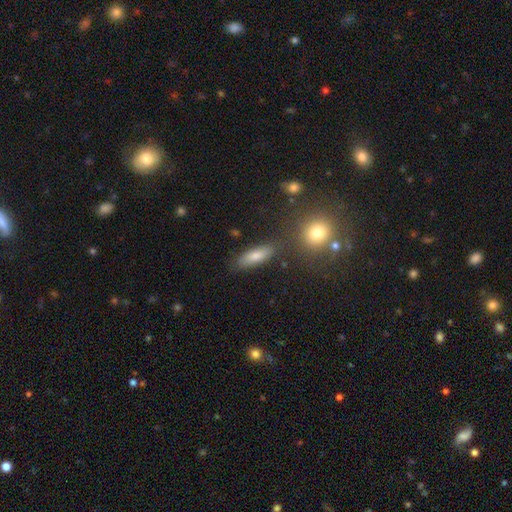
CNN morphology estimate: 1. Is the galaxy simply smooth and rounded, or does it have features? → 66% smooth, 19% featured or disk, 15% star or artifact.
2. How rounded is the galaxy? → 48% cigar-shaped, 47% in between, 6% round.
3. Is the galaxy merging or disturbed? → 80% none, 12% minor disturbance, 5% merger, 4% major disturbance.